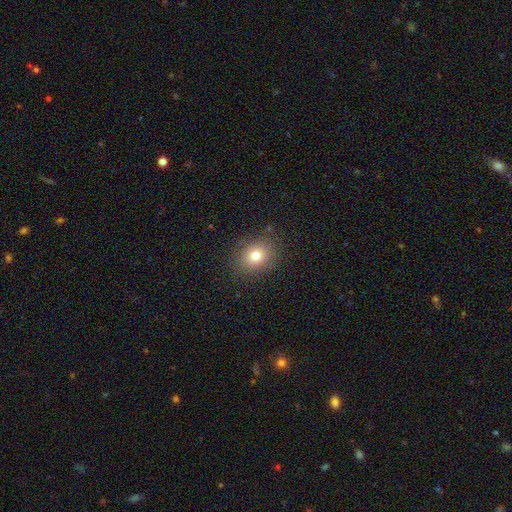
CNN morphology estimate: This appears to be a smooth galaxy with no disk features (78%) that is round (57%). Merging: none (86%).